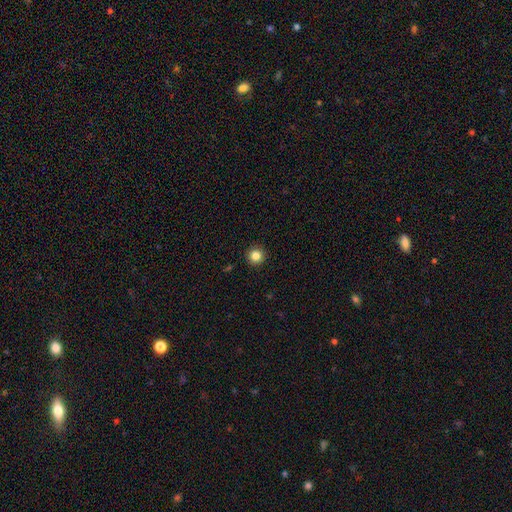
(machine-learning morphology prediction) A smooth galaxy with no disk features (85%) that is round (95%).

Vote fractions:
- Smooth or featured? smooth: 85% / star or artifact: 11% / featured or disk: 4%
- How rounded? round: 95% / in between: 4% / cigar-shaped: 1%
- Merging? none: 93% / minor disturbance: 5% / major disturbance: 2% / merger: 1%